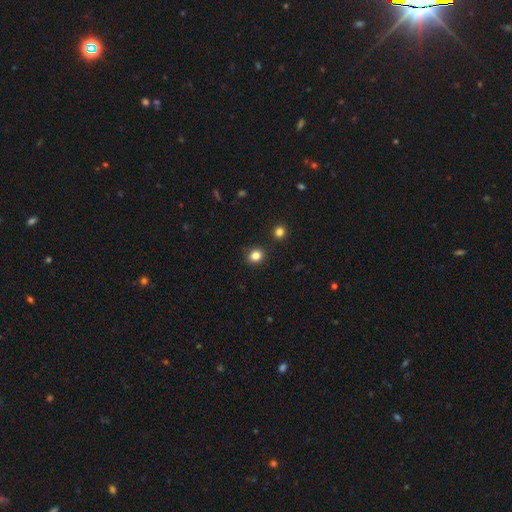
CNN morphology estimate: type=smooth (82%); roundness=round (86%); merging=none (90%).